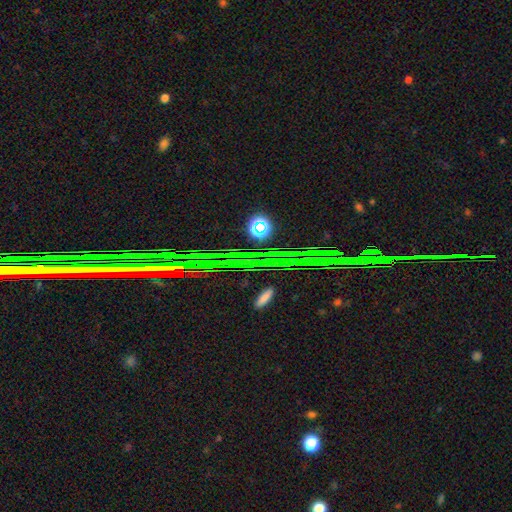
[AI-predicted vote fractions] Overall: star or artifact (80%).